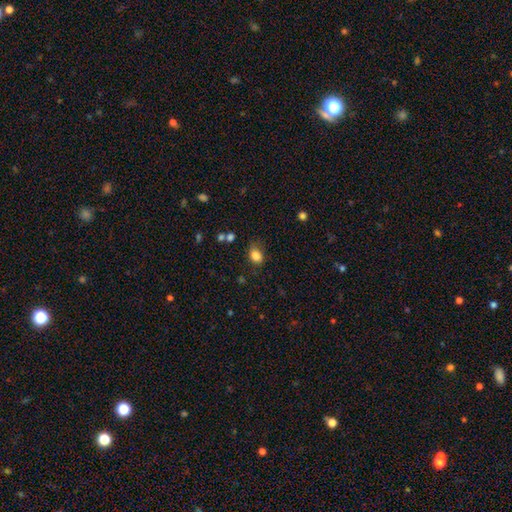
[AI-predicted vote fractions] Smooth or featured?
  - smooth: 84% *
  - star or artifact: 10%
  - featured or disk: 5%
How rounded?
  - in between: 72% *
  - round: 27%
  - cigar-shaped: 1%
Merging?
  - none: 70% *
  - minor disturbance: 21%
  - major disturbance: 6%
  - merger: 3%